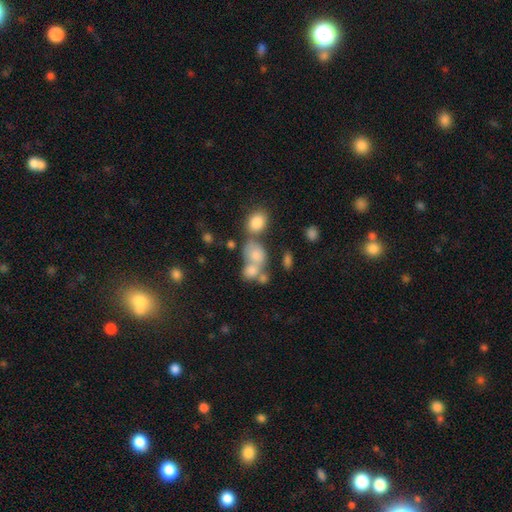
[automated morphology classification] Smooth or featured? smooth (73%)
How rounded? in between (59%)
Merging? merger (53%)